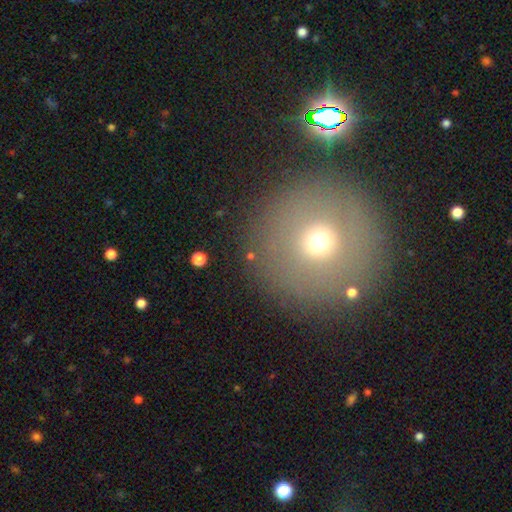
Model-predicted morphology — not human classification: This appears to be a smooth galaxy with no disk features (61%) that is round (95%). Merging: none (85%).